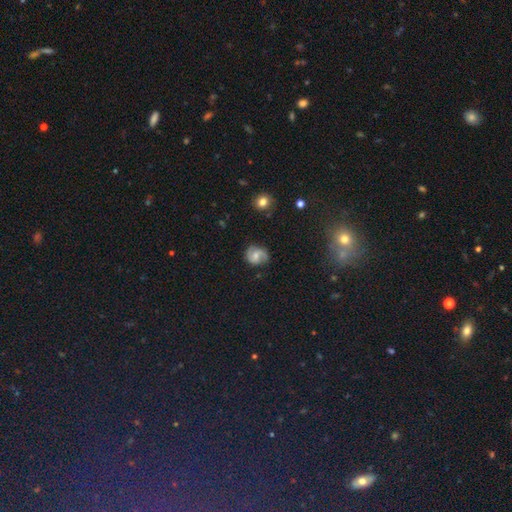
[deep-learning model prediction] Smooth or featured?
  - featured or disk: 72% *
  - smooth: 20%
  - star or artifact: 8%
Edge-on disk?
  - no: 98% *
  - yes: 2%
Bar?
  - no: 48% *
  - weak: 43%
  - strong: 9%
Spiral arms?
  - yes: 95% *
  - no: 5%
Spiral winding?
  - medium: 51% *
  - tight: 28%
  - loose: 21%
Spiral arm count?
  - 2: 87% *
  - can't tell: 5%
  - 1: 4%
  - 3: 1%
  - 4: 1%
  - more than 4: 1%
Bulge size?
  - moderate: 50% *
  - small: 38%
  - none: 8%
  - large: 4%
  - dominant: 1%
Merging?
  - none: 74% *
  - minor disturbance: 18%
  - major disturbance: 6%
  - merger: 2%